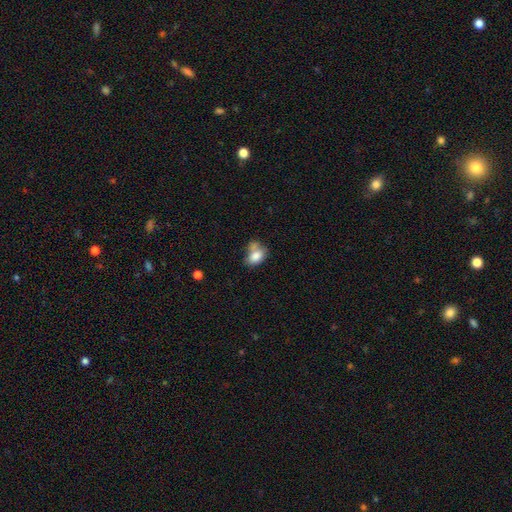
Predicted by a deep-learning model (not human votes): A smooth galaxy with no disk features (80%) that is in between round and cigar-shaped (78%).

Vote fractions:
- Smooth or featured? smooth: 80% / featured or disk: 11% / star or artifact: 9%
- How rounded? in between: 78% / round: 21% / cigar-shaped: 1%
- Merging? merger: 36% / none: 34% / minor disturbance: 20% / major disturbance: 10%